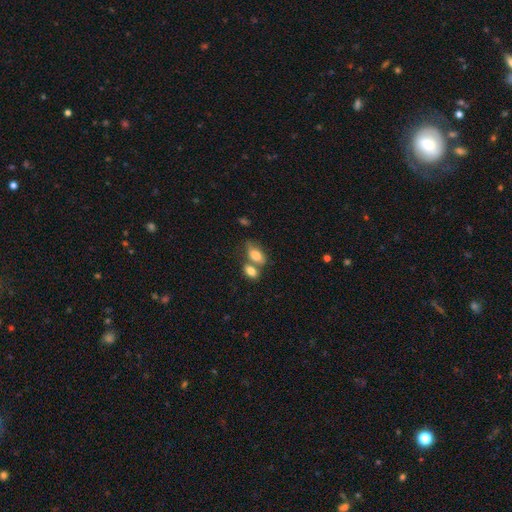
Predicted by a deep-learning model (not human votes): Smooth or featured?
  - smooth: 81% *
  - featured or disk: 12%
  - star or artifact: 7%
How rounded?
  - in between: 89% *
  - round: 8%
  - cigar-shaped: 4%
Merging?
  - merger: 49% *
  - none: 35%
  - minor disturbance: 12%
  - major disturbance: 5%